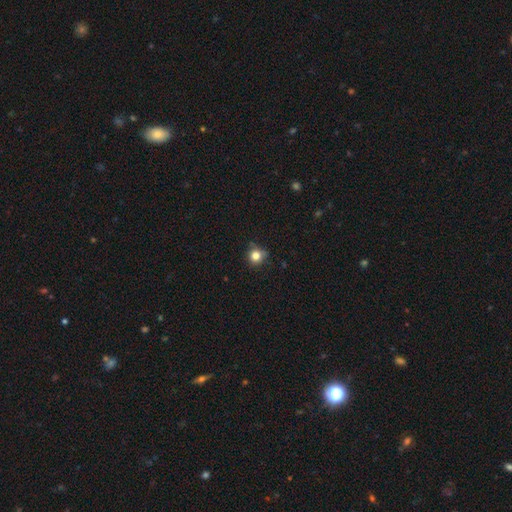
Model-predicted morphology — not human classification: The model was most divided on "merging": none: 73%, minor disturbance: 20%, major disturbance: 4%, merger: 3%. More confident: how rounded — round (89%); smooth or featured — smooth (80%).